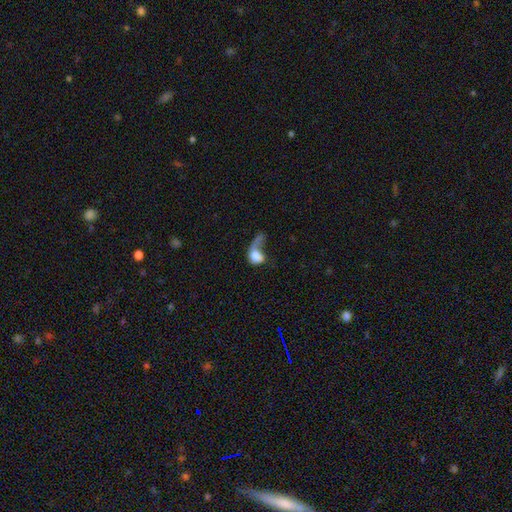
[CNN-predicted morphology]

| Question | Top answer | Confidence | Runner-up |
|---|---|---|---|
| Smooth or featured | smooth | 58% | featured or disk (33%) |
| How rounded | in between | 56% | round (40%) |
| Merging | major disturbance | 57% | merger (16%) |